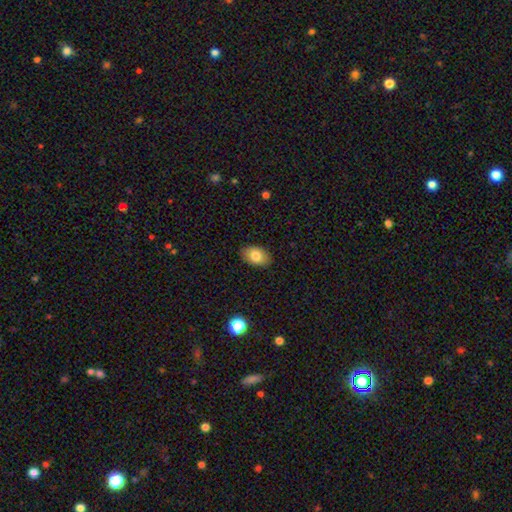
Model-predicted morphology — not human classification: Overall: smooth (82%). How rounded: in between (87%). Merging: none (87%).